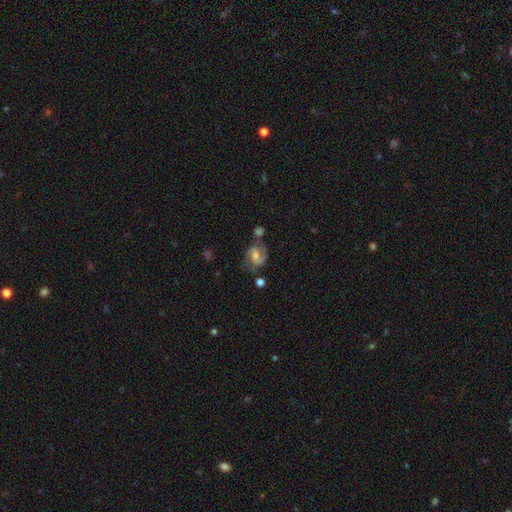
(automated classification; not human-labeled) smooth-or-featured: featured or disk: 76% | smooth: 16% | star or artifact: 8%
  disk-edge-on: no: 97% | yes: 3%
    bar: weak: 46% | no: 41% | strong: 13%
    has-spiral-arms: yes: 94% | no: 6%
      spiral-winding: medium: 53% | tight: 28% | loose: 19%
      spiral-arm-count: 2: 82% | 1: 7% | can't tell: 6% | 3: 2% | 4: 1% | more than 4: 1%
    bulge-size: moderate: 53% | small: 35% | large: 6% | none: 5% | dominant: 1%
  merging: none: 58% | minor disturbance: 19% | merger: 12% | major disturbance: 10%